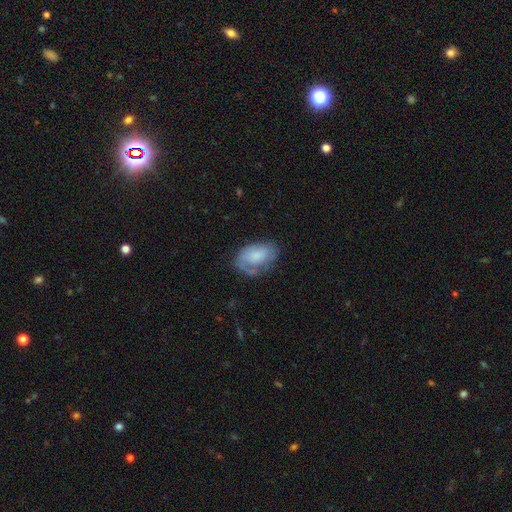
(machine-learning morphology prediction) The model was most divided on "smooth or featured": smooth: 51%, featured or disk: 42%, star or artifact: 7%. More confident: how rounded — in between (90%); merging — none (55%).